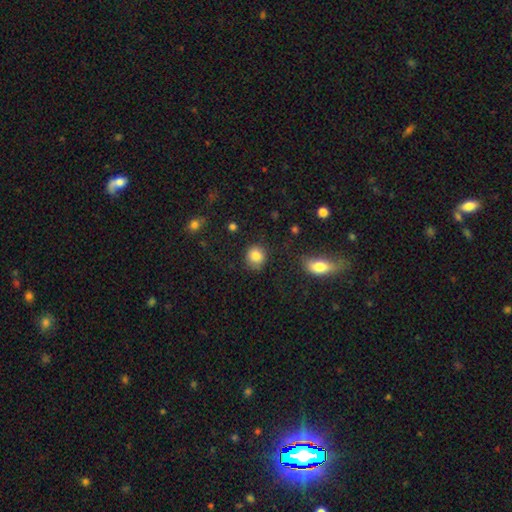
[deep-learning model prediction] Q: Smooth or featured?
A: smooth (85%); runner-up: star or artifact (9%)
Q: How rounded?
A: round (82%); runner-up: in between (17%)
Q: Merging?
A: none (82%); runner-up: minor disturbance (12%)